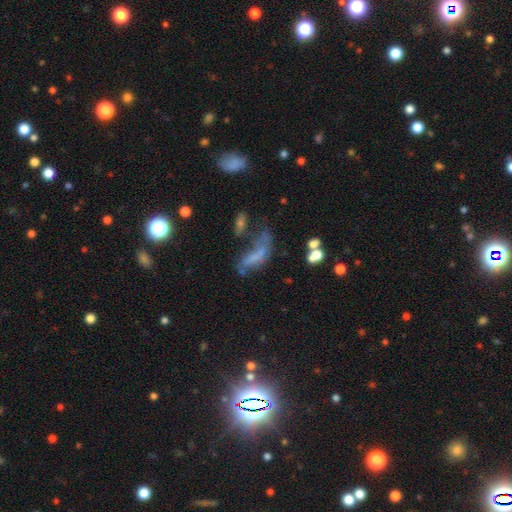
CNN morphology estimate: A smooth galaxy with no disk features (42%).

Vote fractions:
- Smooth or featured? smooth: 42% / featured or disk: 36% / star or artifact: 22%
- Merging? major disturbance: 37% / none: 26% / minor disturbance: 19% / merger: 18%